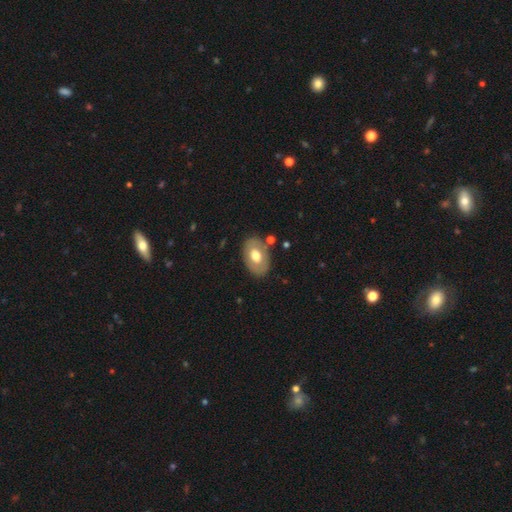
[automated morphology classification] smooth 56%, featured or disk 38%, star or artifact 6%. Down the decision tree: how rounded — in between (86%); merging — none (79%).